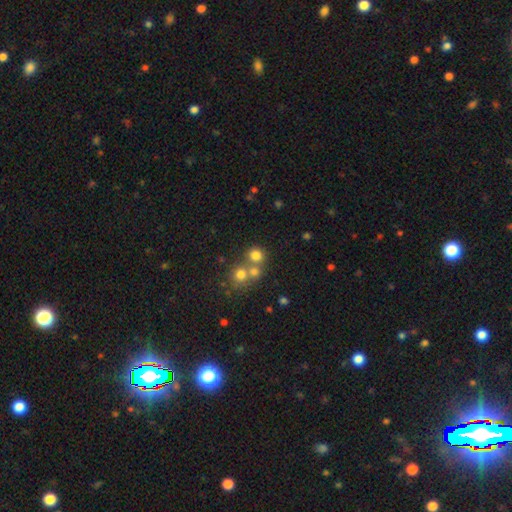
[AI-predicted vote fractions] A smooth galaxy with no disk features (73%) that is round (84%).

Vote fractions:
- Smooth or featured? smooth: 73% / star or artifact: 16% / featured or disk: 11%
- How rounded? round: 84% / in between: 15% / cigar-shaped: 1%
- Merging? none: 51% / merger: 39% / minor disturbance: 7% / major disturbance: 3%